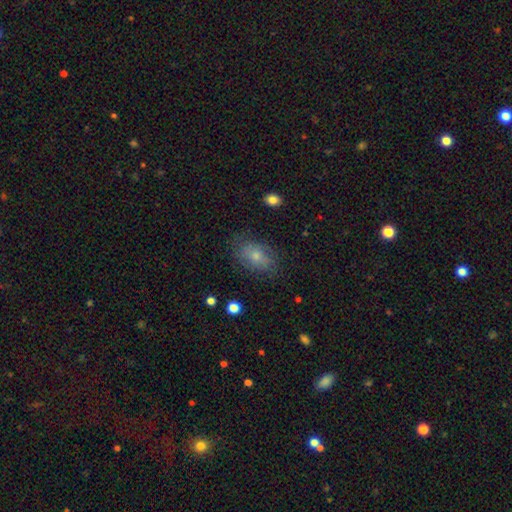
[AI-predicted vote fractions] Smooth or featured? Predicted: smooth (p=0.59). How rounded? Predicted: in between (p=0.83). Merging? Predicted: none (p=0.75).